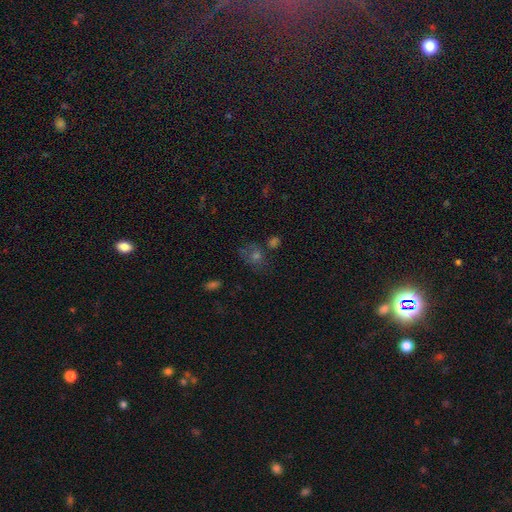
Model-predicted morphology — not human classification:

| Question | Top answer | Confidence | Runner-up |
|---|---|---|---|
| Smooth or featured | smooth | 44% | star or artifact (33%) |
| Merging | none | 59% | minor disturbance (17%) |